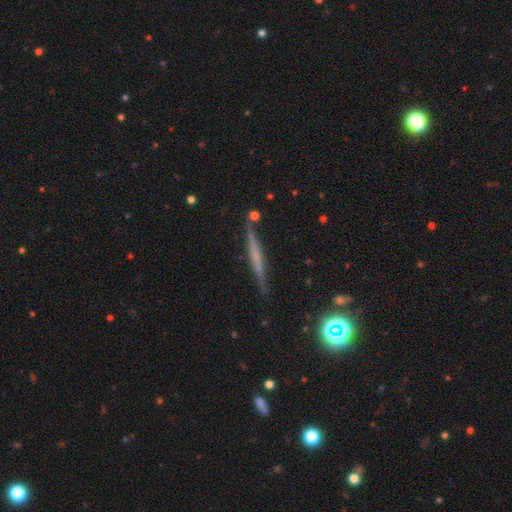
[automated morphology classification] smooth-or-featured: featured or disk: 60% | smooth: 30% | star or artifact: 9%
  disk-edge-on: yes: 96% | no: 4%
    edge-on-bulge: none: 71% | rounded: 17% | boxy: 11%
  merging: none: 85% | minor disturbance: 10% | merger: 3% | major disturbance: 2%